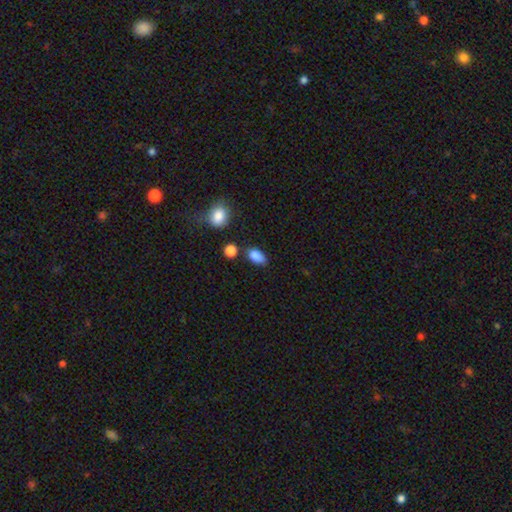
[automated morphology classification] This is clearly a smooth galaxy (86%). How rounded: clearly in between (88%). Merging: likely none (69%).